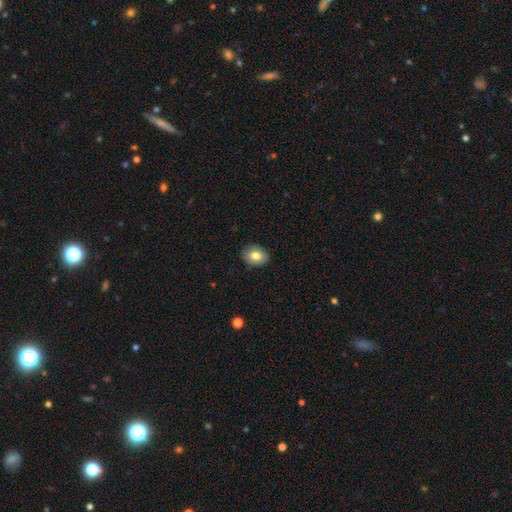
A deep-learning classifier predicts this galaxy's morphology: Smooth or featured: smooth — 79% (featured or disk — 13%)
How rounded: in between — 65% (round — 34%)
Merging: none — 85% (minor disturbance — 11%)